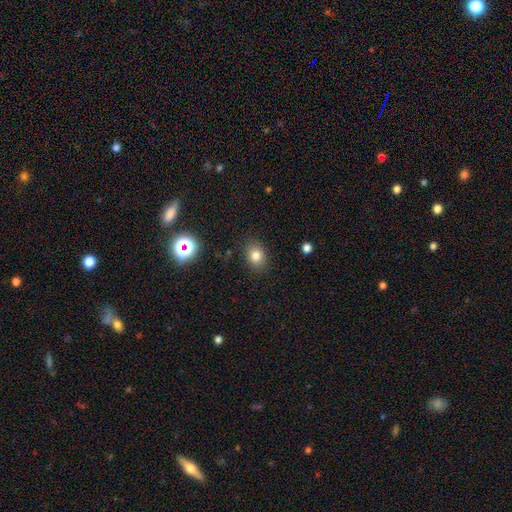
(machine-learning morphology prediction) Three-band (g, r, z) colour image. It shows a smooth galaxy with no disk features (80%) that is in between round and cigar-shaped (52%). Merging: none (86%).